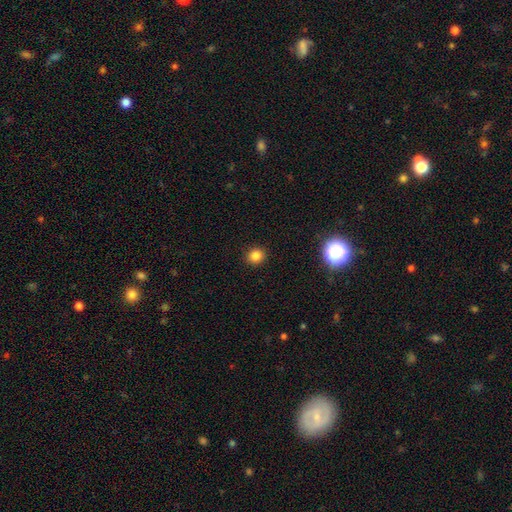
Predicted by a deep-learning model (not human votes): Overall: smooth (82%). How rounded: round (82%). Merging: none (92%).